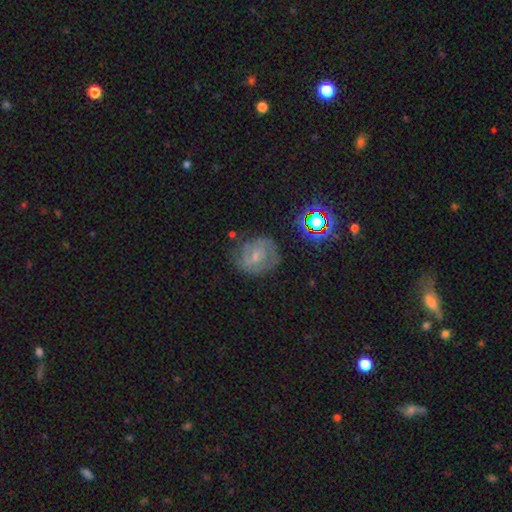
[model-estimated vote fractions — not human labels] smooth_or_featured: featured or disk (p=0.60) [alt: smooth p=0.26]
disk_edge_on: no (p=0.97) [alt: yes p=0.03]
bar: weak (p=0.50) [alt: no p=0.38]
has_spiral_arms: yes (p=0.80) [alt: no p=0.20]
bulge_size: small (p=0.62) [alt: moderate p=0.28]
merging: none (p=0.65) [alt: minor disturbance p=0.22]